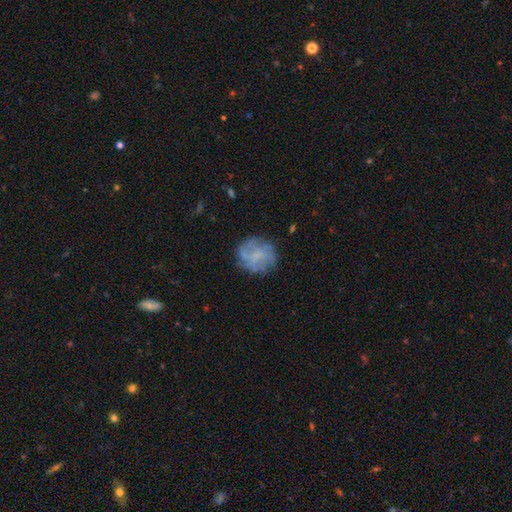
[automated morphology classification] Smooth or featured? featured or disk (51%)
Edge-on disk? no (98%)
Merging? none (71%)